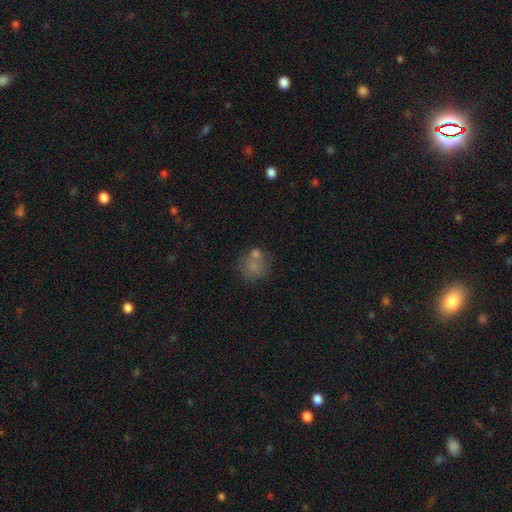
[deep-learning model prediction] Smooth or featured: smooth — 63% (star or artifact — 20%)
How rounded: round — 81% (in between — 18%)
Merging: none — 53% (merger — 27%)